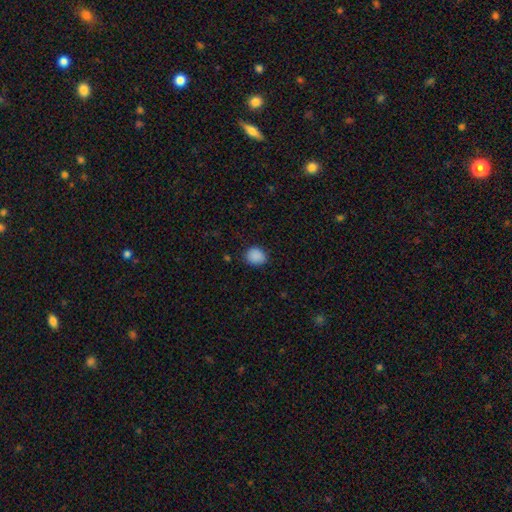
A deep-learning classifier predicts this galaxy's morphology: smooth_or_featured: smooth (p=0.89) [alt: star or artifact p=0.08]
how_rounded: round (p=0.61) [alt: in between p=0.38]
merging: none (p=0.84) [alt: minor disturbance p=0.12]